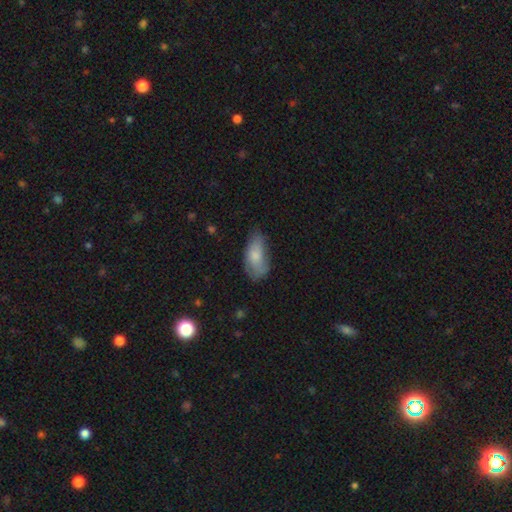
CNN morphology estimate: Smooth or featured: smooth — 73% (featured or disk — 20%)
How rounded: in between — 90% (cigar-shaped — 6%)
Merging: none — 49% (minor disturbance — 36%)